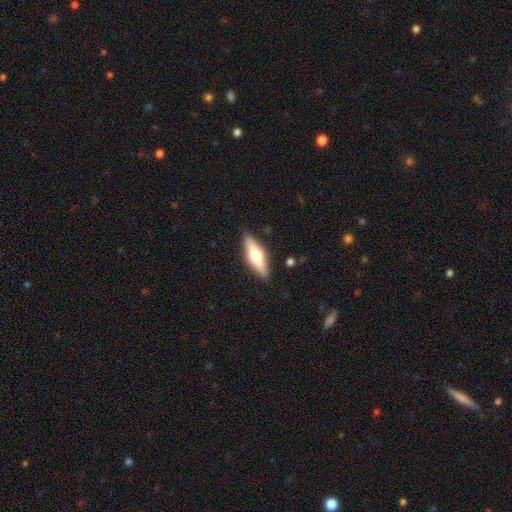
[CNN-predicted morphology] A smooth galaxy with no disk features (48%). Merging: none (88%).